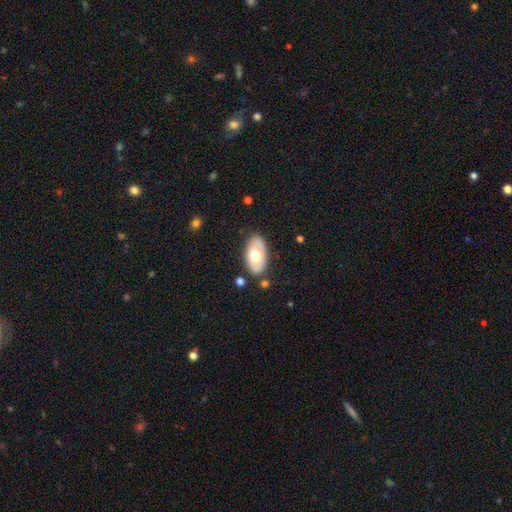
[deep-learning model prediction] A smooth galaxy with no disk features (51%) that is in between round and cigar-shaped (93%).

Vote fractions:
- Smooth or featured? smooth: 51% / featured or disk: 43% / star or artifact: 6%
- How rounded? in between: 93% / round: 5% / cigar-shaped: 2%
- Merging? none: 80% / minor disturbance: 14% / major disturbance: 4% / merger: 3%